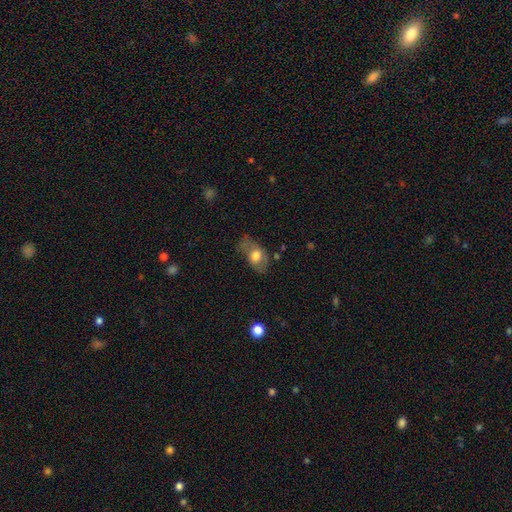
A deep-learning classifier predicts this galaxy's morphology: Smooth or featured: smooth — 59% (featured or disk — 34%)
How rounded: in between — 86% (round — 11%)
Merging: none — 53% (minor disturbance — 28%)